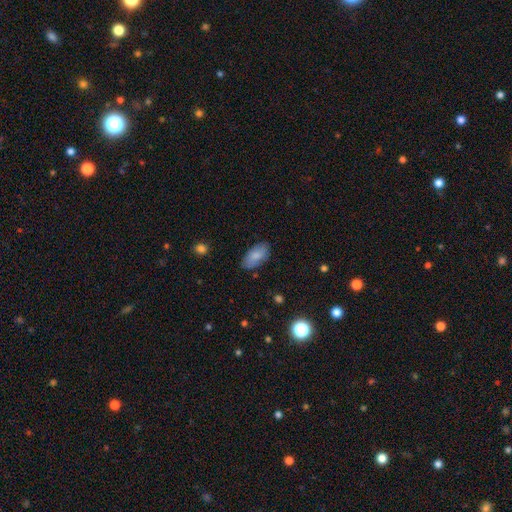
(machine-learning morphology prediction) type=smooth (82%); roundness=in between (92%); merging=none (80%).